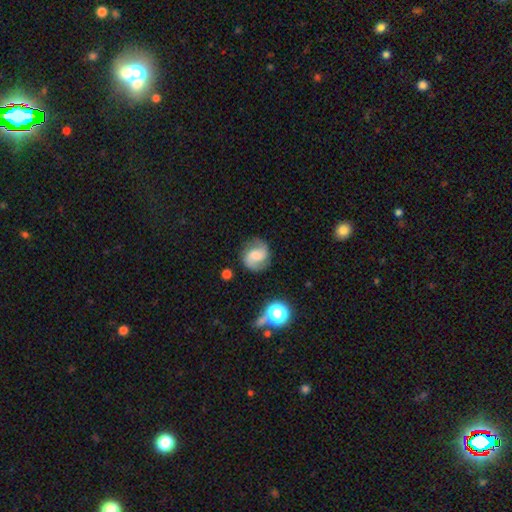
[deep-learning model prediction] smooth-or-featured: featured or disk: 70% | smooth: 22% | star or artifact: 8%
  disk-edge-on: no: 98% | yes: 2%
    bar: weak: 46% | no: 40% | strong: 14%
    has-spiral-arms: yes: 95% | no: 5%
      spiral-winding: medium: 50% | loose: 26% | tight: 23%
      spiral-arm-count: 2: 88% | can't tell: 5% | 1: 3% | 3: 2% | 4: 1% | more than 4: 1%
    bulge-size: moderate: 35% | small: 31% | none: 19% | large: 13% | dominant: 3%
  merging: none: 76% | minor disturbance: 15% | major disturbance: 6% | merger: 2%